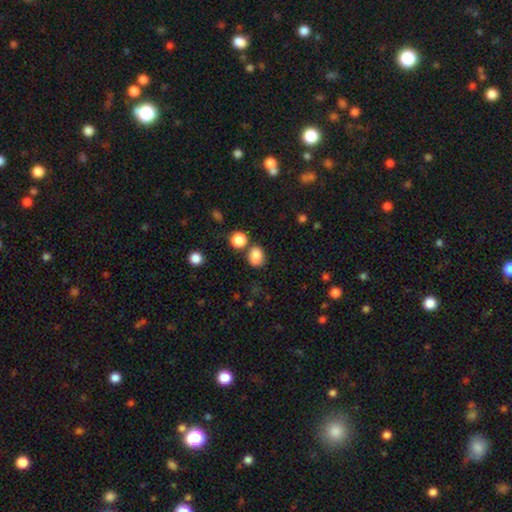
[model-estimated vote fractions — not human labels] The model was most divided on "how rounded": in between: 52%, round: 47%, cigar-shaped: 1%. More confident: smooth or featured — smooth (84%); merging — none (65%).